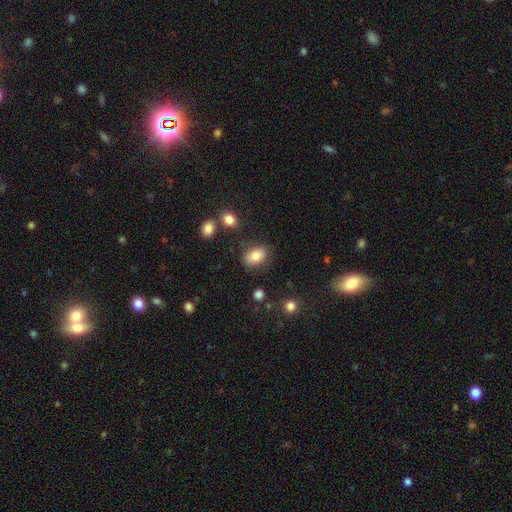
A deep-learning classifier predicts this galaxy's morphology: Smooth or featured: smooth — 82% (featured or disk — 10%)
How rounded: in between — 79% (round — 20%)
Merging: none — 80% (minor disturbance — 13%)